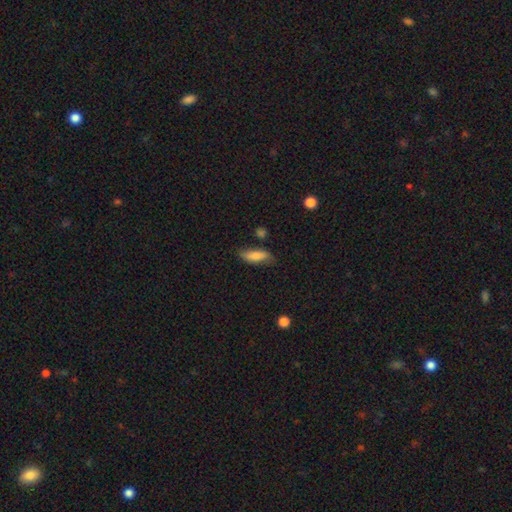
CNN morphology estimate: smooth-or-featured: smooth: 78% | featured or disk: 15% | star or artifact: 7%
  how-rounded: in between: 66% | cigar-shaped: 32% | round: 3%
  merging: none: 68% | minor disturbance: 23% | major disturbance: 5% | merger: 4%